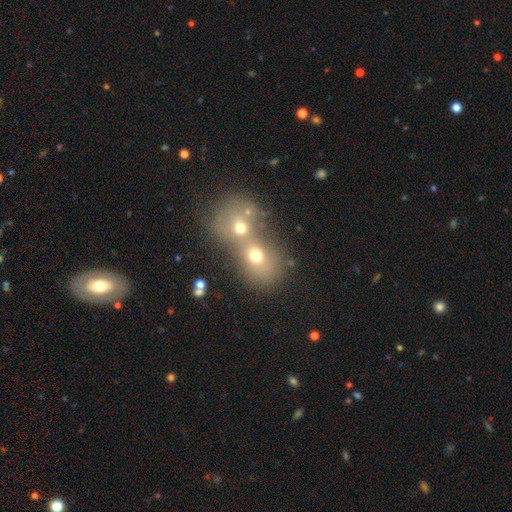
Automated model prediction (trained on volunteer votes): A smooth galaxy with no disk features (64%) that is round (62%). Merging: merger (72%).